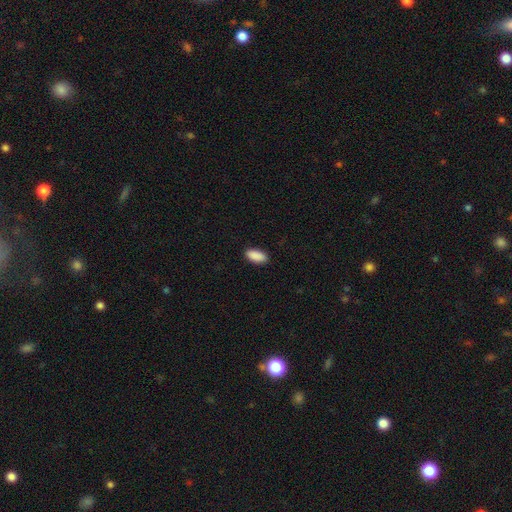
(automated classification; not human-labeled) Morphology: type=smooth (91%); roundness=in between (92%); merging=none (89%).